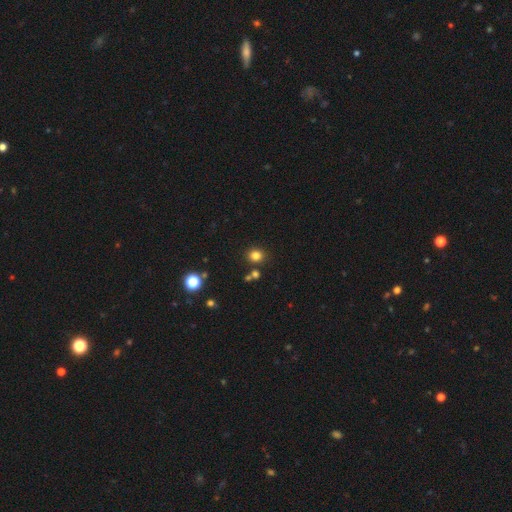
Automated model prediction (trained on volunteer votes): A smooth galaxy with no disk features (80%) that is round (79%).

Vote fractions:
- Smooth or featured? smooth: 80% / star or artifact: 15% / featured or disk: 5%
- How rounded? round: 79% / in between: 20% / cigar-shaped: 1%
- Merging? none: 83% / minor disturbance: 8% / merger: 7% / major disturbance: 3%